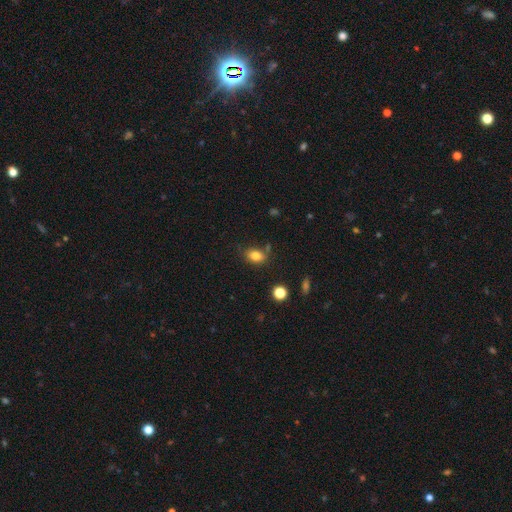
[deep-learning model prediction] A smooth galaxy with no disk features (82%) that is in between round and cigar-shaped (78%).

Vote fractions:
- Smooth or featured? smooth: 82% / star or artifact: 11% / featured or disk: 8%
- How rounded? in between: 78% / round: 21% / cigar-shaped: 2%
- Merging? none: 73% / minor disturbance: 17% / merger: 6% / major disturbance: 4%